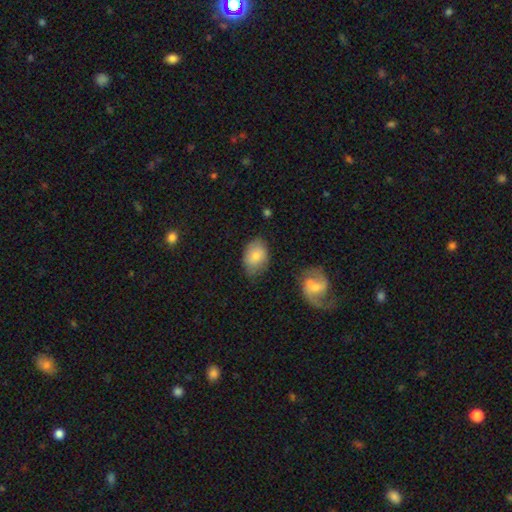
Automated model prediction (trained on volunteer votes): Smooth or featured? smooth (76%)
How rounded? in between (81%)
Merging? none (69%)